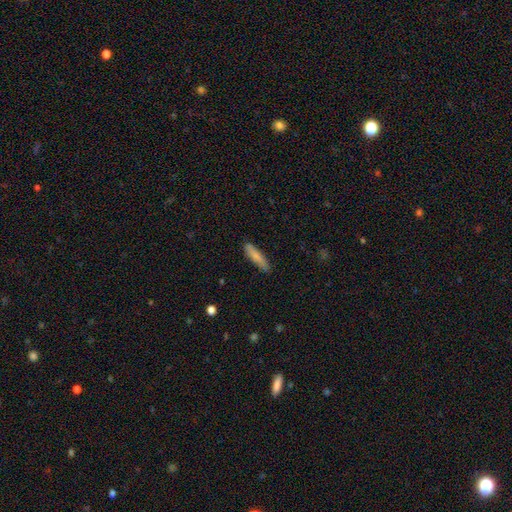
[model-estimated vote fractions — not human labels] smooth-or-featured: smooth: 78% | featured or disk: 16% | star or artifact: 6%
  how-rounded: cigar-shaped: 79% | in between: 19% | round: 2%
  merging: none: 84% | minor disturbance: 13% | major disturbance: 2% | merger: 1%